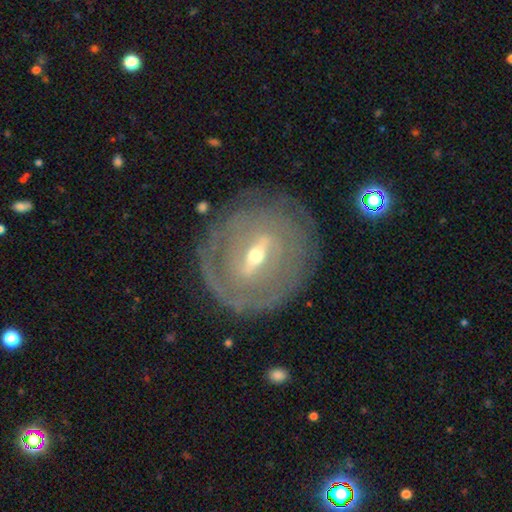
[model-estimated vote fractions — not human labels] Smooth or featured: featured or disk — 84% (smooth — 11%)
Edge-on disk: no — 90% (yes — 10%)
Bar: strong — 56% (weak — 33%)
Spiral arms: yes — 70% (no — 30%)
Spiral winding: tight — 74% (medium — 19%)
Spiral arm count: can't tell — 48% (2 — 27%)
Bulge size: small — 50% (moderate — 47%)
Merging: none — 79% (minor disturbance — 13%)